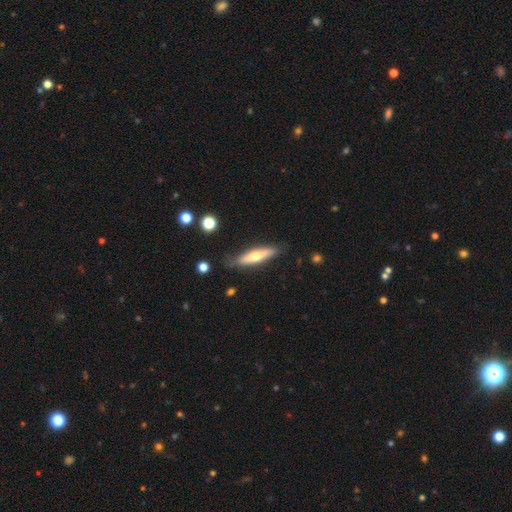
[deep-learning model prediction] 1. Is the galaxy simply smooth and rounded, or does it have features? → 49% smooth, 45% featured or disk, 6% star or artifact.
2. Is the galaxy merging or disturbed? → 81% none, 14% minor disturbance, 3% major disturbance, 2% merger.